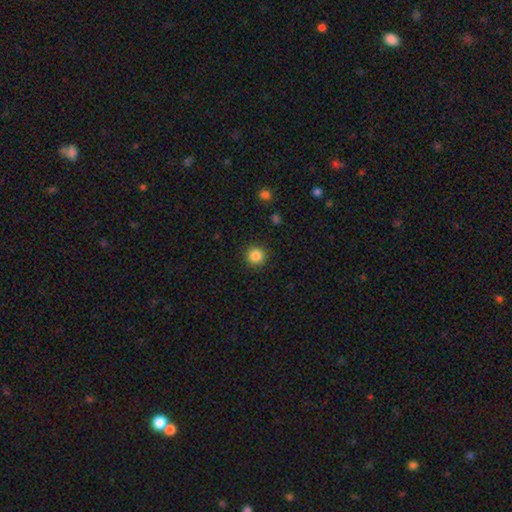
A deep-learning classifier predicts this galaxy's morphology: A smooth galaxy with no disk features (86%) that is round (95%). Merging: none (92%).